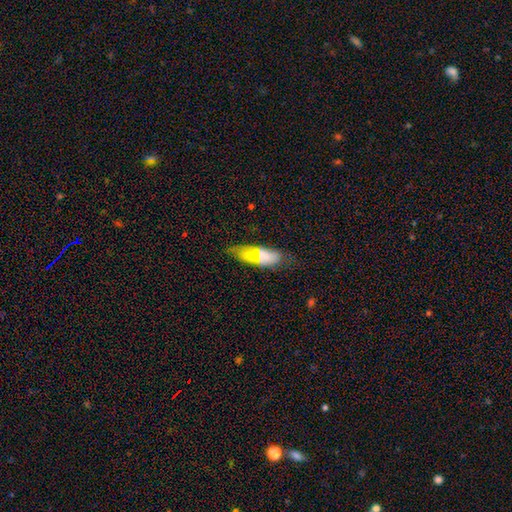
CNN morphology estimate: This is likely a smooth galaxy (69%). How rounded: likely in between (67%). Merging: likely none (65%).